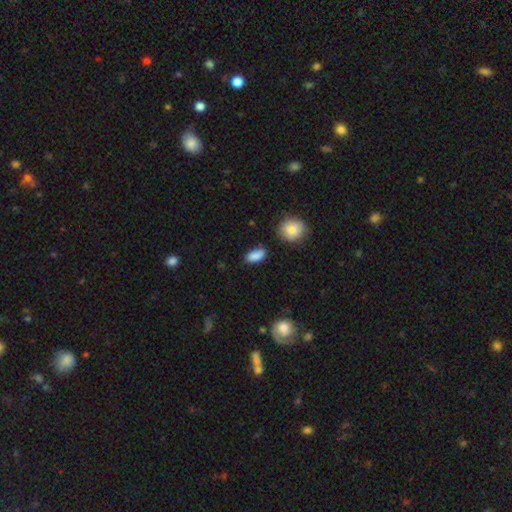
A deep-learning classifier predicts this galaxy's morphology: A smooth galaxy with no disk features (87%) that is in between round and cigar-shaped (88%). Merging: none (77%).